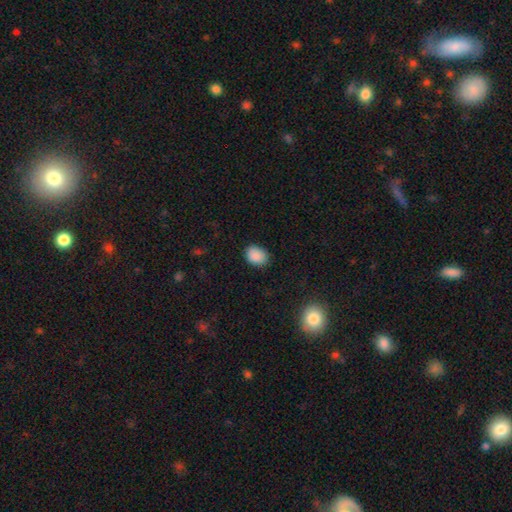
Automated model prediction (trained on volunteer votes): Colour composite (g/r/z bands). It shows a smooth galaxy with no disk features (88%) that is in between round and cigar-shaped (57%). Merging: none (80%).